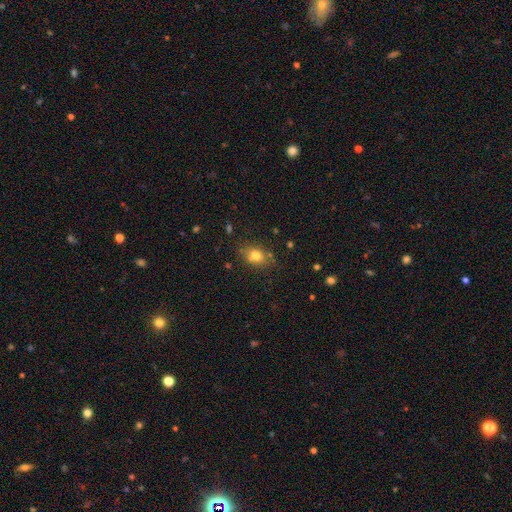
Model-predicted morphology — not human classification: This is likely a smooth galaxy (77%). How rounded: possibly in between (57%). Merging: likely none (75%).